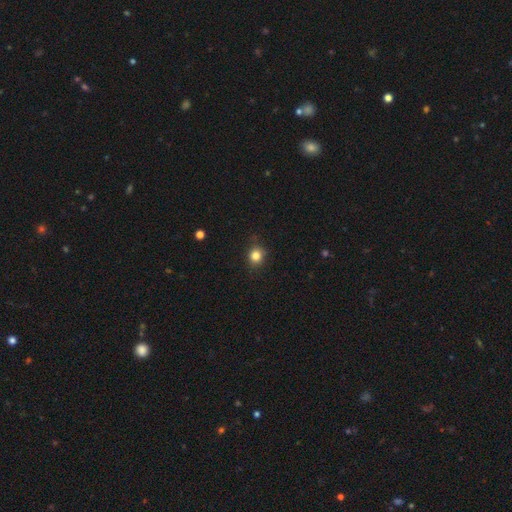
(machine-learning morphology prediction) Smooth or featured? Predicted: smooth (p=0.83). How rounded? Predicted: round (p=0.81). Merging? Predicted: none (p=0.84).